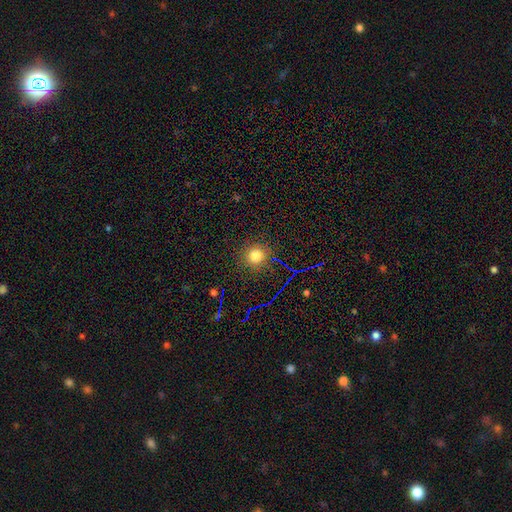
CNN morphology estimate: A smooth galaxy with no disk features (75%) that is round (91%). Merging: none (88%).